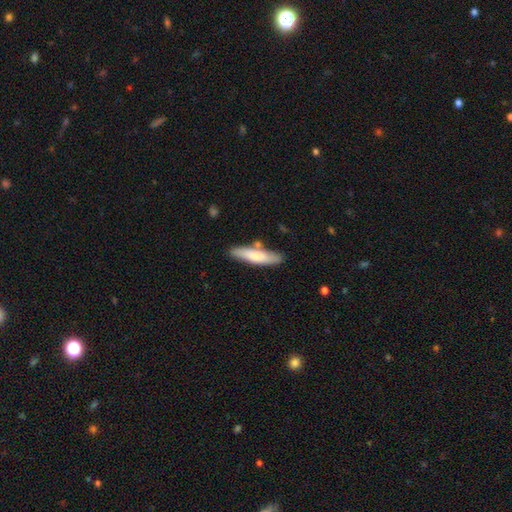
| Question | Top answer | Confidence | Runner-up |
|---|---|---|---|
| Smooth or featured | smooth | 79% | featured or disk (13%) |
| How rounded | cigar-shaped | 65% | in between (32%) |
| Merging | none | 72% | minor disturbance (17%) |